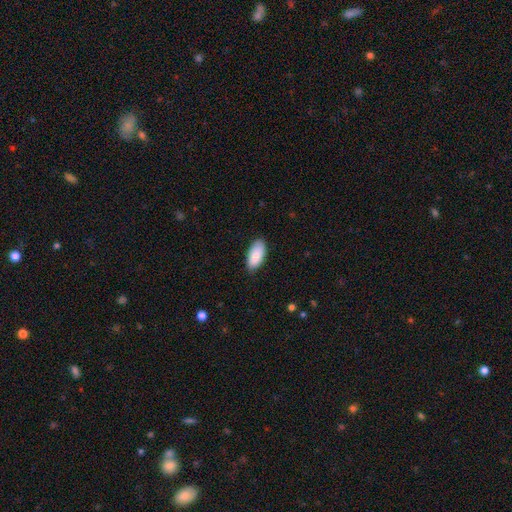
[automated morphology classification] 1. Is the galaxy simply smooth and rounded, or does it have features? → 87% smooth, 7% featured or disk, 6% star or artifact.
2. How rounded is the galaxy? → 93% in between, 5% cigar-shaped, 2% round.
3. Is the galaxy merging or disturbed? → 83% none, 14% minor disturbance, 2% major disturbance, 1% merger.